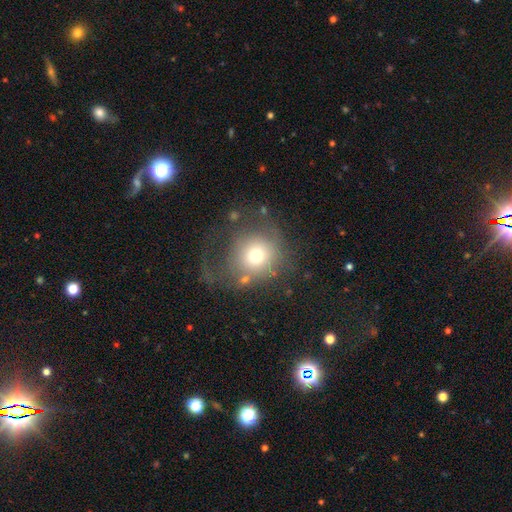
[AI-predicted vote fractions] Morphology: type=smooth (66%); roundness=round (89%); merging=none (47%).